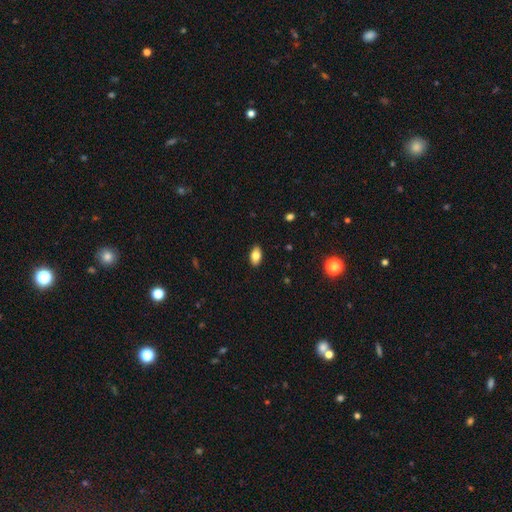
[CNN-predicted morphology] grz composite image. It shows a smooth galaxy with no disk features (81%) that is in between round and cigar-shaped (92%). Merging: none (89%).